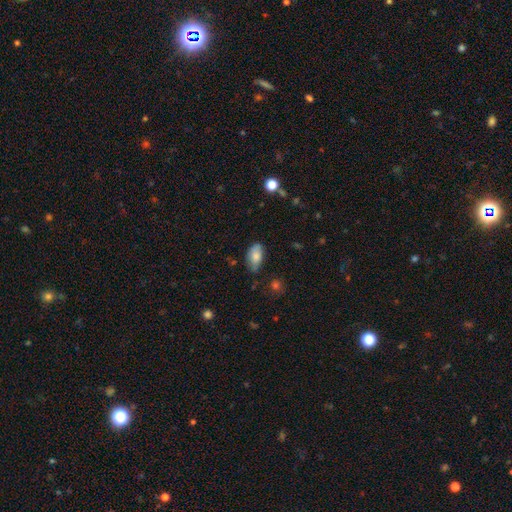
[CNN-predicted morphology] Overall: smooth (80%). How rounded: in between (93%). Merging: none (65%; minor disturbance 28%).